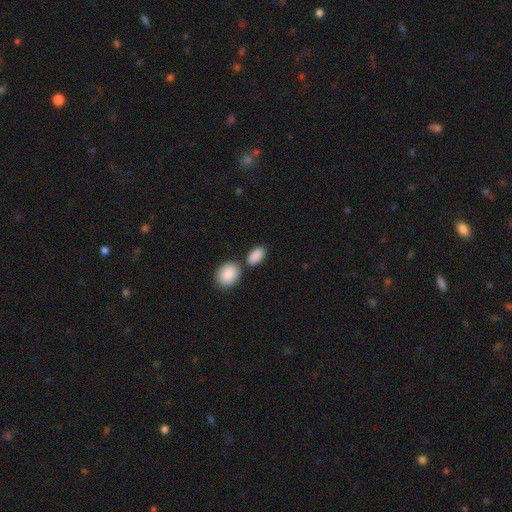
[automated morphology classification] smooth_or_featured: smooth (p=0.89) [alt: star or artifact p=0.07]
how_rounded: in between (p=0.90) [alt: round p=0.08]
merging: none (p=0.65) [alt: merger p=0.20]